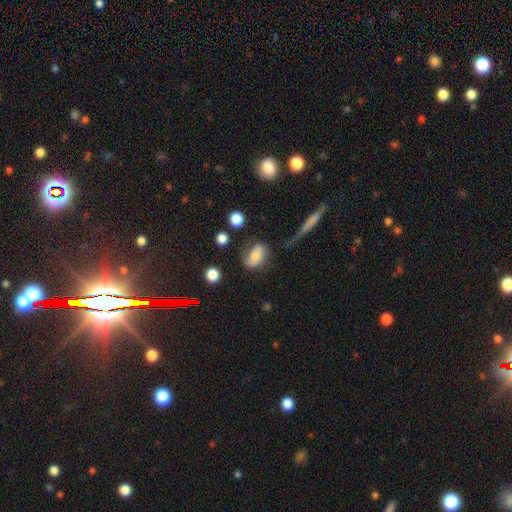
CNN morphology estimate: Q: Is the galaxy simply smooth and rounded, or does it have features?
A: smooth — 56%.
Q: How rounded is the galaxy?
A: in between — 76%.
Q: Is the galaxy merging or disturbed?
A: none — 51%.